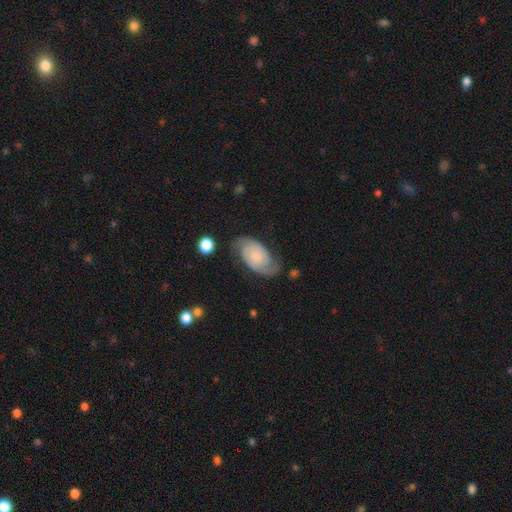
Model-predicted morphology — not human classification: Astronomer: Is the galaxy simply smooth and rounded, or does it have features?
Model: featured or disk — 75%.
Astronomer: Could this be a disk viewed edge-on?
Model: no — 97%.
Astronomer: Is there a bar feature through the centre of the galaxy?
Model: no — 70%.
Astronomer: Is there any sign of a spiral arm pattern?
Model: yes — 95%.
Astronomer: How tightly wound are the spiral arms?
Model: tight — 43% (runner-up: medium, 40%).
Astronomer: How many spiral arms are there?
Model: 2 — 89%.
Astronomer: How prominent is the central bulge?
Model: small — 42% (runner-up: none, 24%).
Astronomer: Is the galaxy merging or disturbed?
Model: none — 72%.